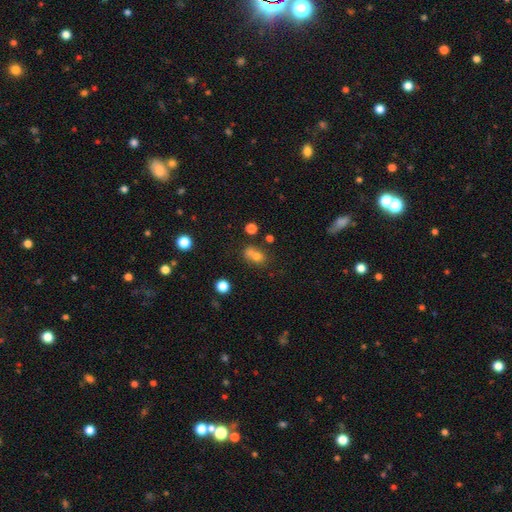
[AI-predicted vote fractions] The model was most divided on "merging": merger: 49%, none: 36%, minor disturbance: 10%, major disturbance: 6%. More confident: smooth or featured — smooth (67%); how rounded — round (61%).